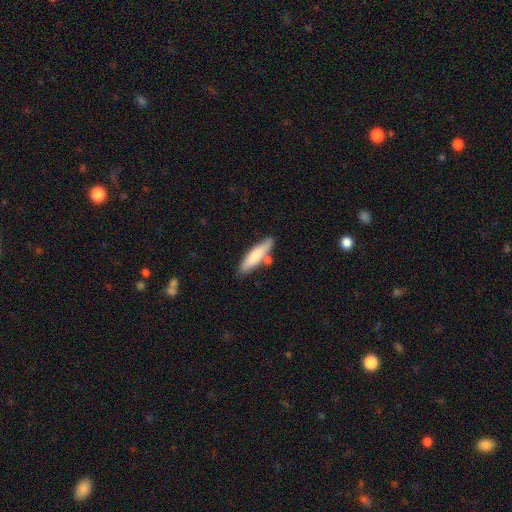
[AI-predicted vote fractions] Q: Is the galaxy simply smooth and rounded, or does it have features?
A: smooth — 75%.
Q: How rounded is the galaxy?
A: cigar-shaped — 73%.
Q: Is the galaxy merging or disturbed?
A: none — 73%.